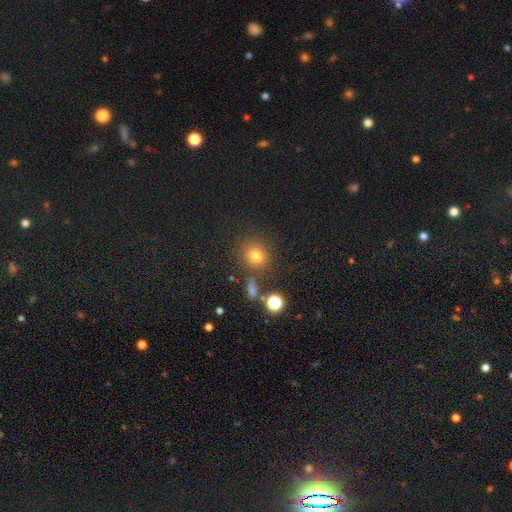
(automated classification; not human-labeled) A smooth galaxy with no disk features (73%) that is round (82%). Merging: none (76%).